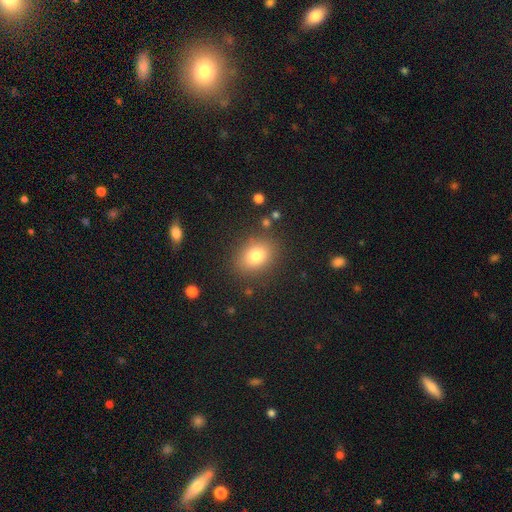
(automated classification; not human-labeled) A smooth galaxy with no disk features (79%) that is in between round and cigar-shaped (55%).

Vote fractions:
- Smooth or featured? smooth: 79% / star or artifact: 11% / featured or disk: 10%
- How rounded? in between: 55% / round: 44% / cigar-shaped: 1%
- Merging? none: 84% / minor disturbance: 10% / major disturbance: 4% / merger: 2%